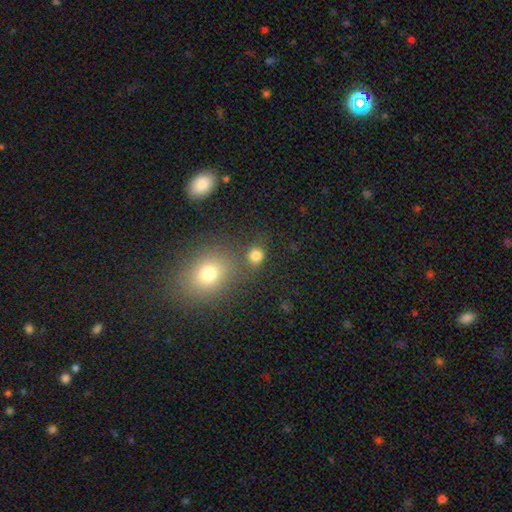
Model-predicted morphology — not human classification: The model was most divided on "how rounded": round: 73%, in between: 26%, cigar-shaped: 1%. More confident: smooth or featured — smooth (79%); merging — none (71%).